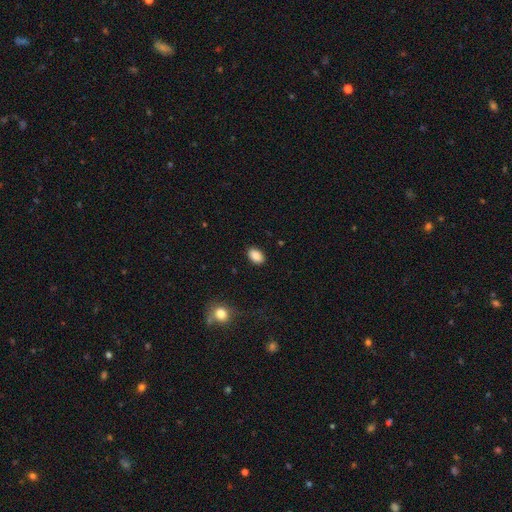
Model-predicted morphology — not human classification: Smooth or featured? Predicted: smooth (p=0.88). How rounded? Predicted: in between (p=0.86). Merging? Predicted: none (p=0.89).